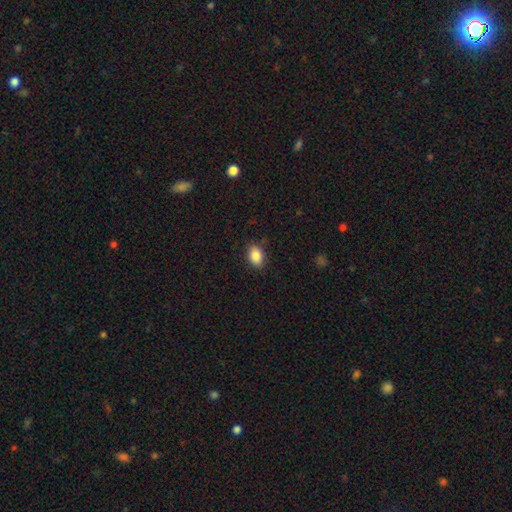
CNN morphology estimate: This appears to be a smooth galaxy with no disk features (87%) that is in between round and cigar-shaped (84%). Merging: none (84%).